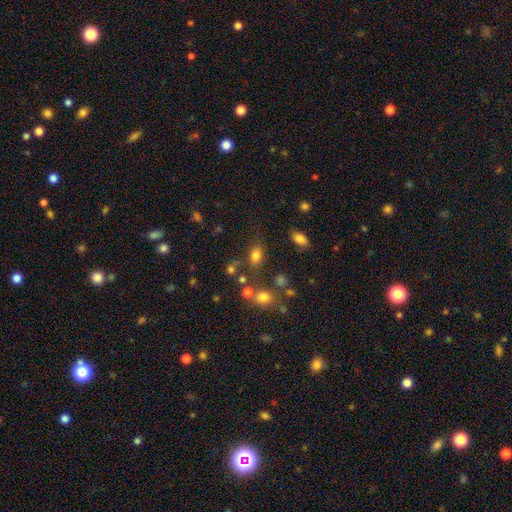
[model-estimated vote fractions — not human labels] Smooth or featured?
  - smooth: 78% *
  - star or artifact: 15%
  - featured or disk: 8%
How rounded?
  - in between: 72% *
  - round: 26%
  - cigar-shaped: 2%
Merging?
  - none: 68% *
  - minor disturbance: 16%
  - merger: 9%
  - major disturbance: 7%